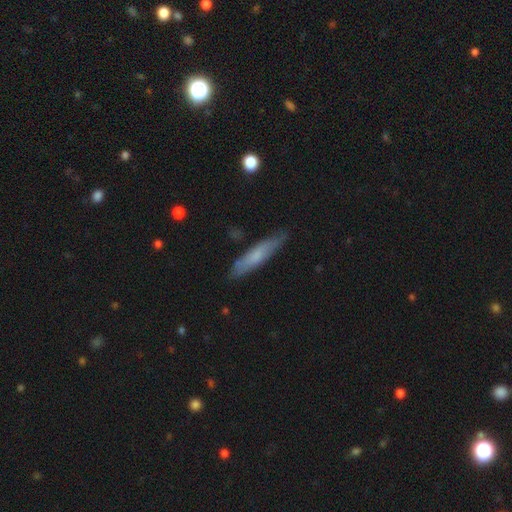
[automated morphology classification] A smooth galaxy with no disk features (62%) that is cigar-shaped (85%). Merging: none (83%).